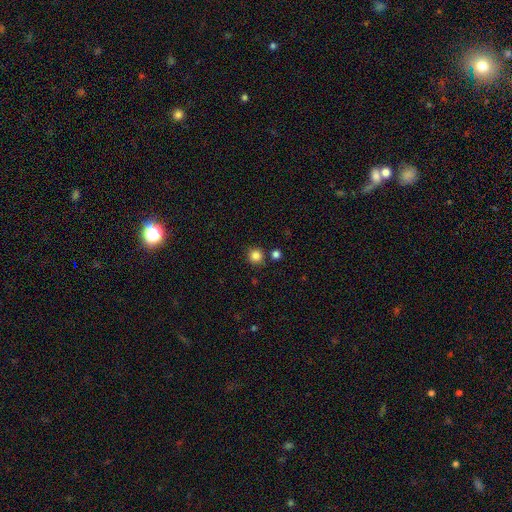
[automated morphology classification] This is clearly a smooth galaxy (85%). How rounded: clearly round (93%). Merging: clearly none (84%).